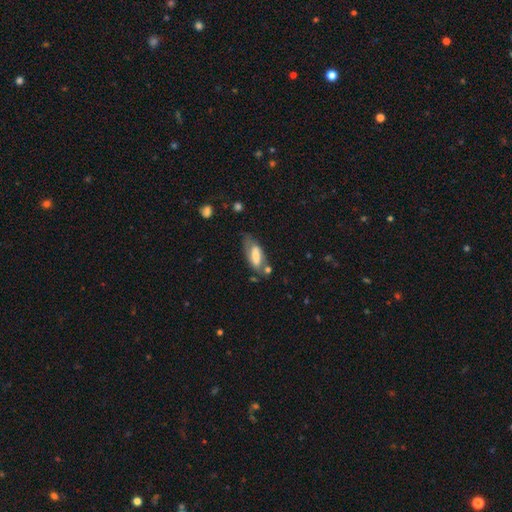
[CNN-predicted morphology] A smooth galaxy with no disk features (56%) that is in between round and cigar-shaped (74%). Merging: none (46%).